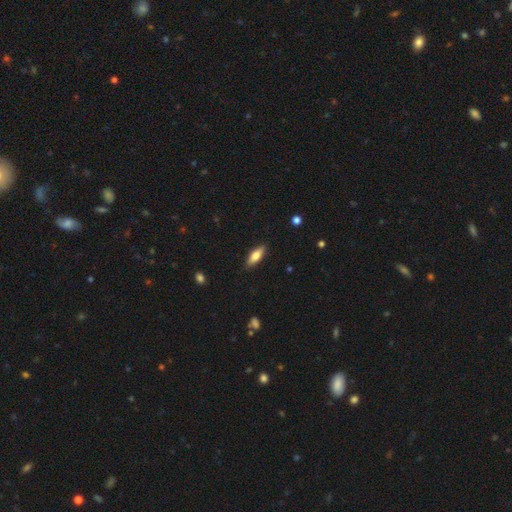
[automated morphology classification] Q: Smooth or featured?
A: smooth (70%); runner-up: featured or disk (23%)
Q: How rounded?
A: in between (64%); runner-up: cigar-shaped (33%)
Q: Merging?
A: none (86%); runner-up: minor disturbance (11%)